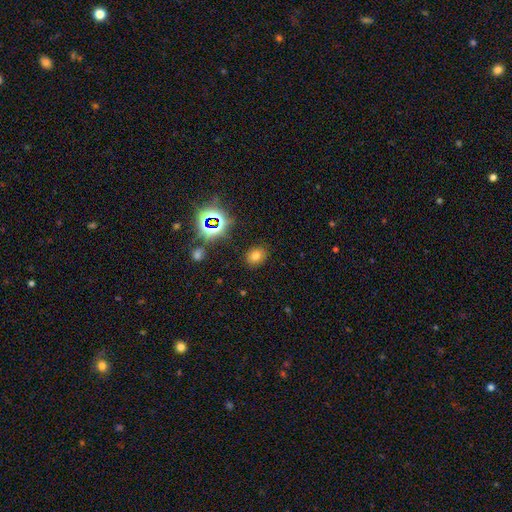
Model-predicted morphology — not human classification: Smooth or featured? smooth (69%)
How rounded? round (55%)
Merging? none (86%)